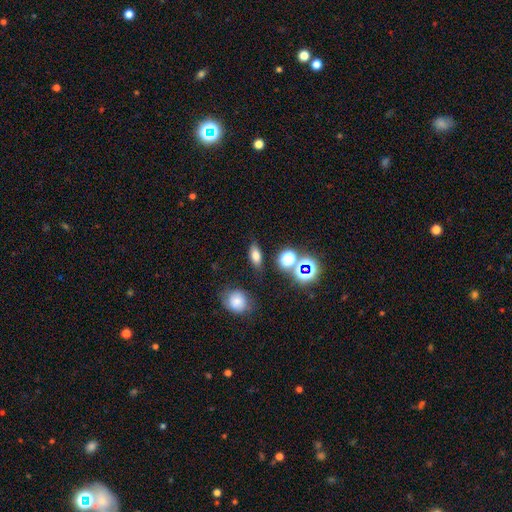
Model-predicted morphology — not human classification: Smooth or featured?
  - smooth: 69% *
  - star or artifact: 19%
  - featured or disk: 13%
How rounded?
  - in between: 74% *
  - cigar-shaped: 13%
  - round: 13%
Merging?
  - none: 81% *
  - minor disturbance: 11%
  - merger: 4%
  - major disturbance: 4%